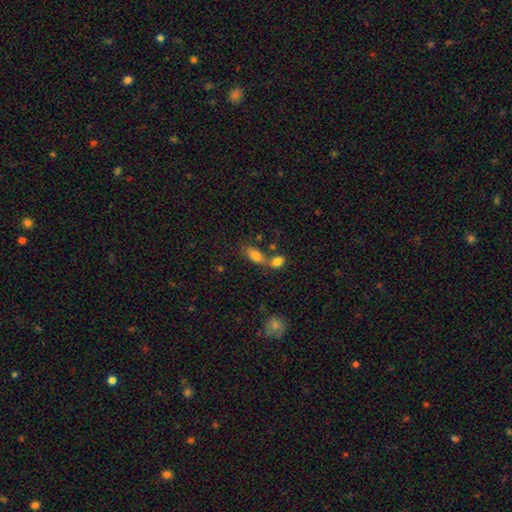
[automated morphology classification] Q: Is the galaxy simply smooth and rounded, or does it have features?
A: smooth — 78%.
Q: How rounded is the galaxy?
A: in between — 85%.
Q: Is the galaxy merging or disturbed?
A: none — 43%.